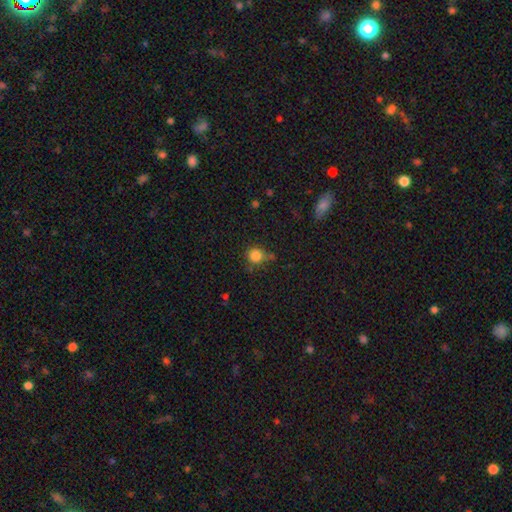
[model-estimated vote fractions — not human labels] A smooth galaxy with no disk features (83%) that is round (89%). Merging: none (66%).